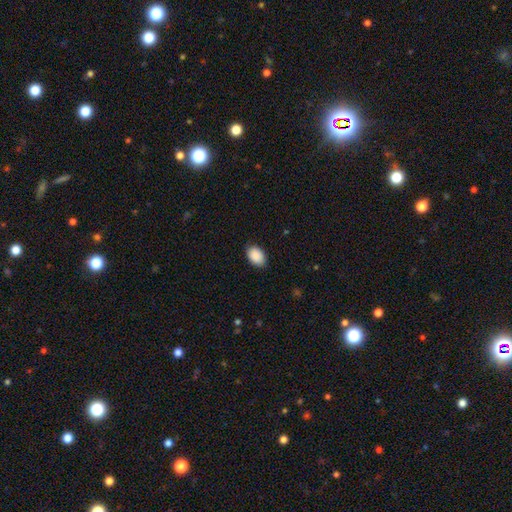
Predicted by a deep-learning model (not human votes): This appears to be a smooth galaxy with no disk features (91%) that is in between round and cigar-shaped (87%). Merging: none (86%).